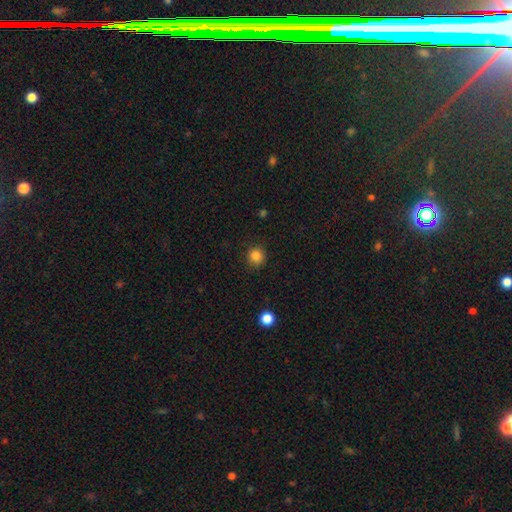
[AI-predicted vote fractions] smooth_or_featured: smooth (p=0.84) [alt: star or artifact p=0.12]
how_rounded: round (p=0.91) [alt: in between p=0.08]
merging: none (p=0.87) [alt: minor disturbance p=0.09]